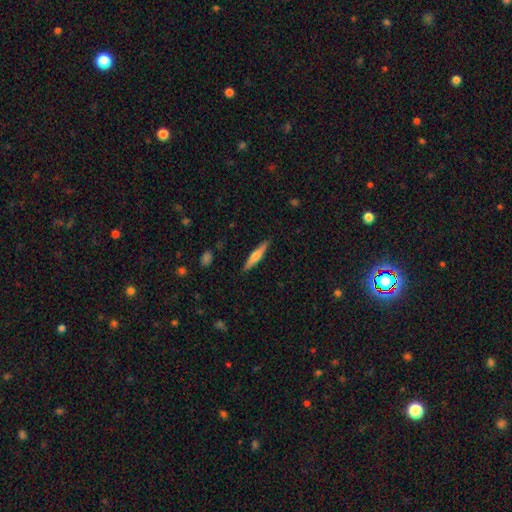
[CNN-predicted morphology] smooth 50%, featured or disk 44%, star or artifact 6%. Down the decision tree: how rounded — cigar-shaped (89%); merging — none (90%).